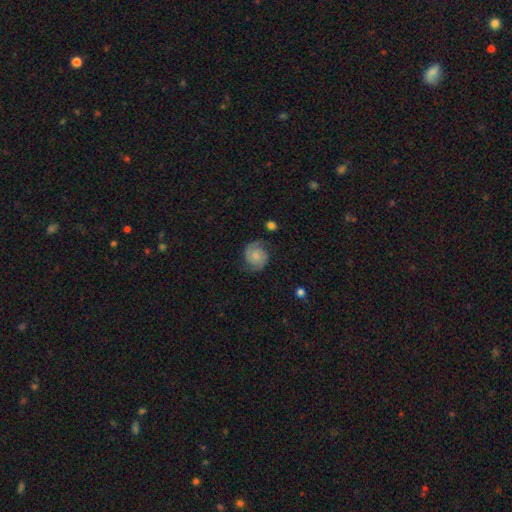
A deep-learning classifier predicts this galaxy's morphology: Smooth or featured?
  - featured or disk: 74% *
  - smooth: 19%
  - star or artifact: 7%
Edge-on disk?
  - no: 98% *
  - yes: 2%
Bar?
  - no: 65% *
  - weak: 30%
  - strong: 5%
Spiral arms?
  - yes: 96% *
  - no: 4%
Spiral winding?
  - tight: 47% *
  - medium: 42%
  - loose: 11%
Spiral arm count?
  - 2: 89% *
  - can't tell: 5%
  - 3: 2%
  - 1: 2%
  - 4: 1%
  - more than 4: 1%
Bulge size?
  - small: 38% *
  - none: 29%
  - moderate: 27%
  - large: 5%
  - dominant: 2%
Merging?
  - none: 76% *
  - minor disturbance: 16%
  - major disturbance: 6%
  - merger: 2%